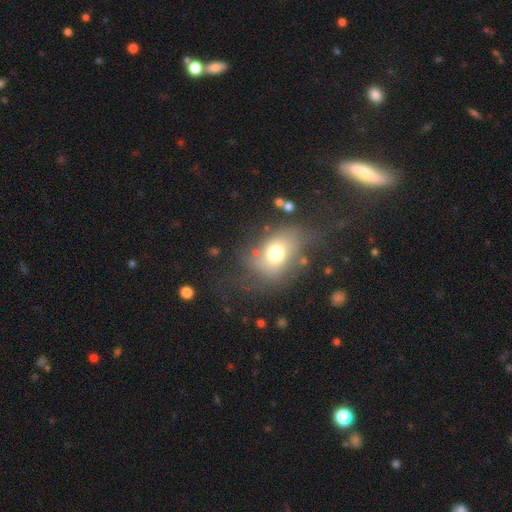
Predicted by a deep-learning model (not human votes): Morphology: type=smooth (64%); roundness=in between (64%); merging=none (52%).